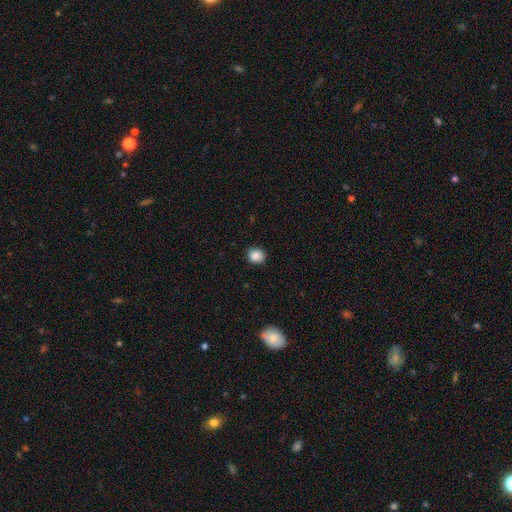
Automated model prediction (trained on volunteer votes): smooth_or_featured: smooth (p=0.88) [alt: star or artifact p=0.09]
how_rounded: round (p=0.80) [alt: in between p=0.19]
merging: none (p=0.89) [alt: minor disturbance p=0.08]